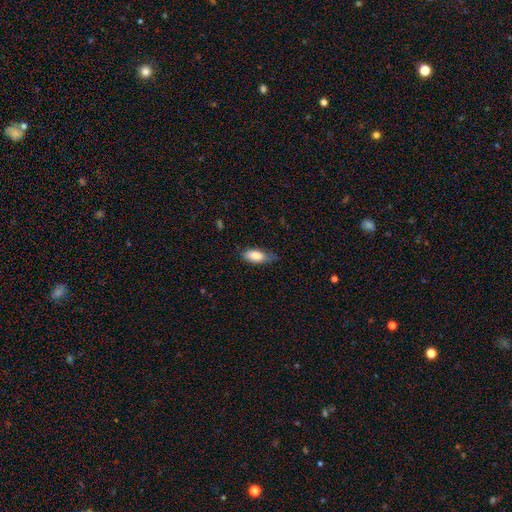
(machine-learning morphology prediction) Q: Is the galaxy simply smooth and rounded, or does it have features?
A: smooth — 83%.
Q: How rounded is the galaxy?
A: in between — 85%.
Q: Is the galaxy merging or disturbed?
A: none — 55%.